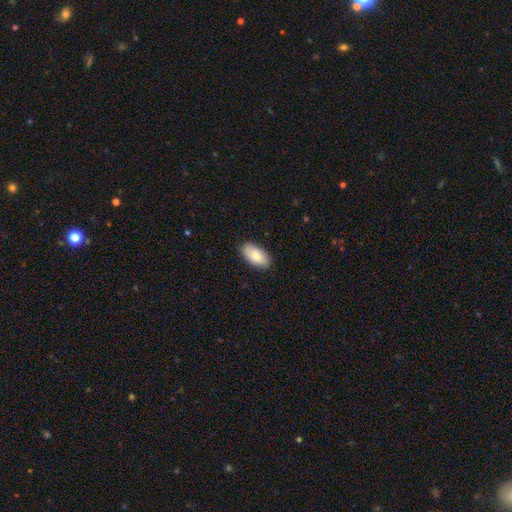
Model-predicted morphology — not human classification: Overall: smooth (81%). How rounded: in between (95%). Merging: none (88%).